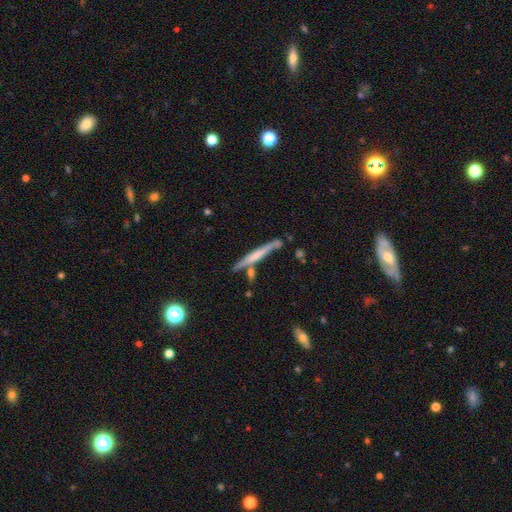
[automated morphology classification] A featured or disk galaxy (54%) viewed edge-on (94%) with no central bulge (53%).

Vote fractions:
- Smooth or featured? featured or disk: 54% / smooth: 40% / star or artifact: 6%
- Edge-on disk? yes: 94% / no: 6%
- Edge-on bulge? none: 53% / rounded: 29% / boxy: 18%
- Merging? none: 73% / minor disturbance: 14% / merger: 9% / major disturbance: 3%